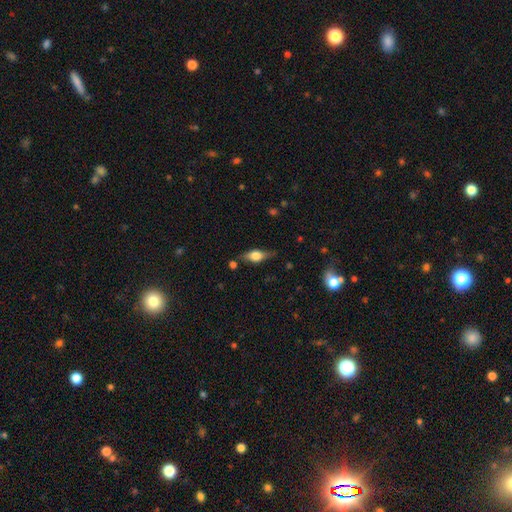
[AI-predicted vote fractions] The model was most divided on "smooth or featured": featured or disk: 49%, smooth: 44%, star or artifact: 8%. More confident: merging — none (74%).